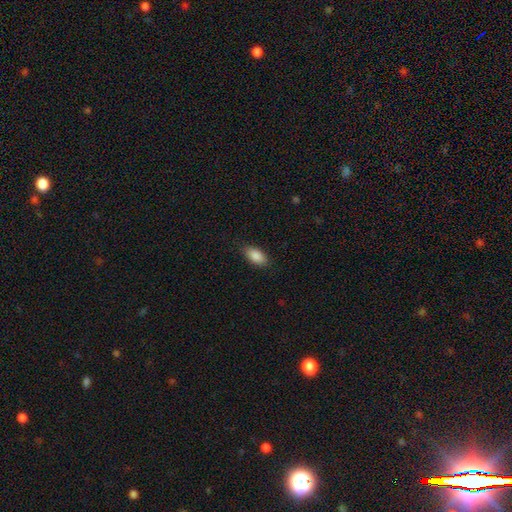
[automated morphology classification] This is clearly a smooth galaxy (88%). How rounded: clearly in between (91%). Merging: clearly none (85%).